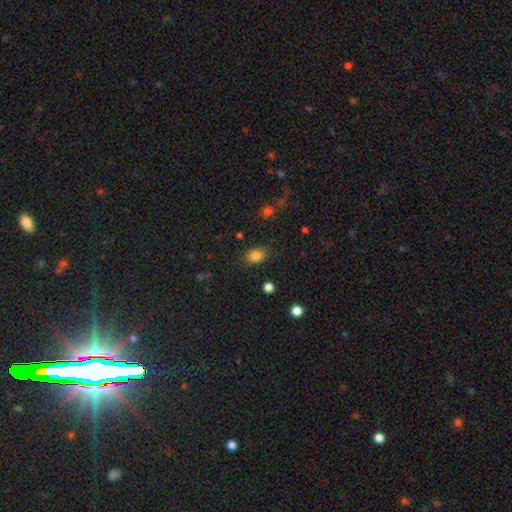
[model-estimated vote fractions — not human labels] smooth-or-featured: smooth: 82% | star or artifact: 12% | featured or disk: 6%
  how-rounded: in between: 73% | round: 25% | cigar-shaped: 1%
  merging: none: 80% | minor disturbance: 14% | major disturbance: 4% | merger: 2%